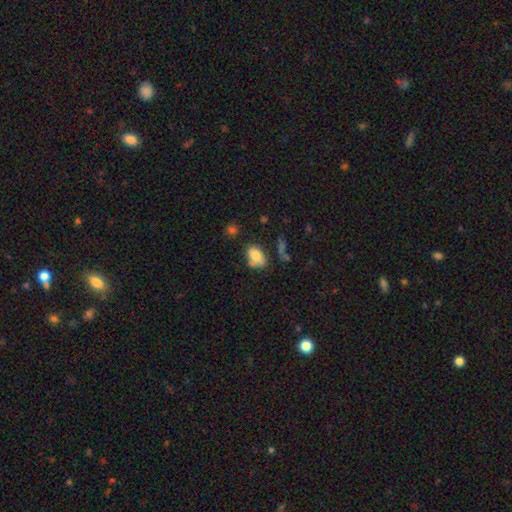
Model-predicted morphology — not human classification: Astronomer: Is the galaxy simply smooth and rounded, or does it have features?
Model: smooth — 79%.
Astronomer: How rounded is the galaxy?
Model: in between — 87%.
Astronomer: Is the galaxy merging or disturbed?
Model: none — 62%.